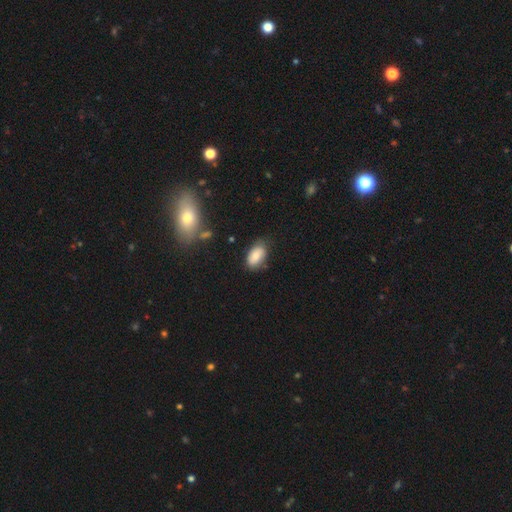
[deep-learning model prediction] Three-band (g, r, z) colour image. It shows a smooth galaxy with no disk features (81%) that is in between round and cigar-shaped (93%). Merging: none (70%).